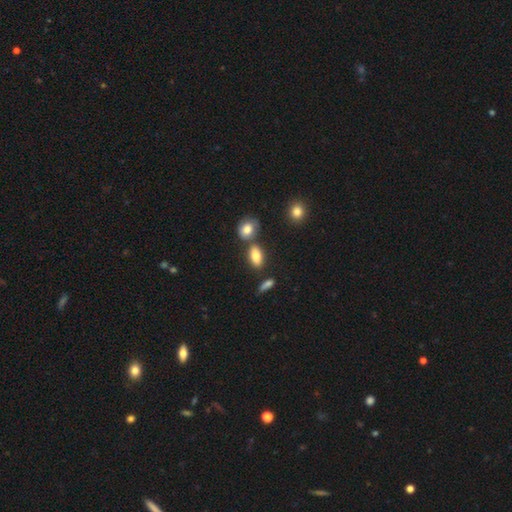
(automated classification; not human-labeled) Smooth or featured? Predicted: smooth (p=0.82). How rounded? Predicted: in between (p=0.85). Merging? Predicted: none (p=0.69).